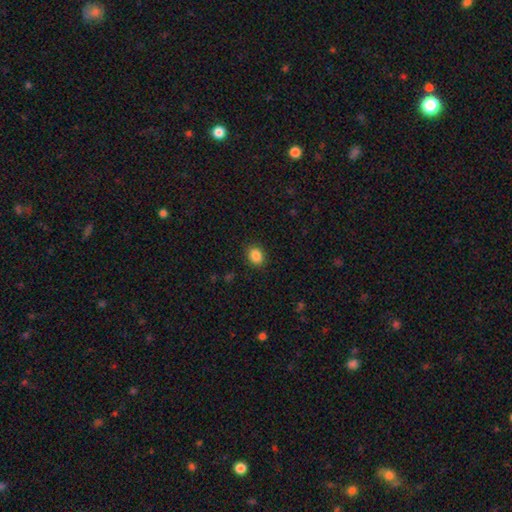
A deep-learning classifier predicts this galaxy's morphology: type=smooth (87%); roundness=round (53%); merging=none (89%).